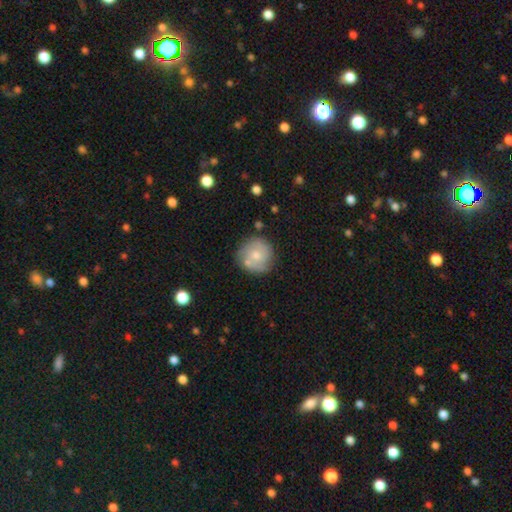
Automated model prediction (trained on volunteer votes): A smooth galaxy with no disk features (53%) that is round (91%). Merging: none (68%).